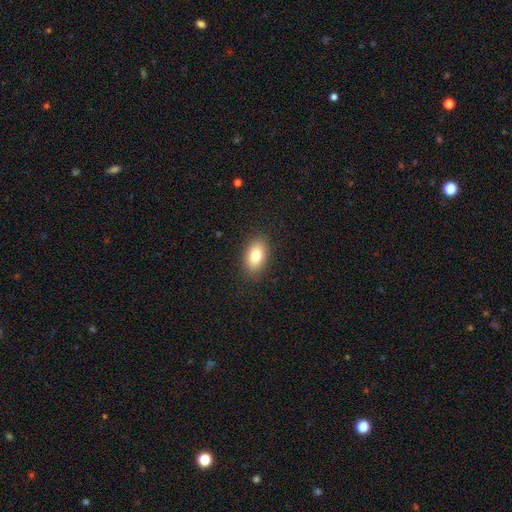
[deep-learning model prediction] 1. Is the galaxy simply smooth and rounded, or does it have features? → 80% smooth, 11% featured or disk, 8% star or artifact.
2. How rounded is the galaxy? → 89% in between, 8% round, 2% cigar-shaped.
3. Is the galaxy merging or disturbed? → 88% none, 9% minor disturbance, 2% major disturbance, 1% merger.